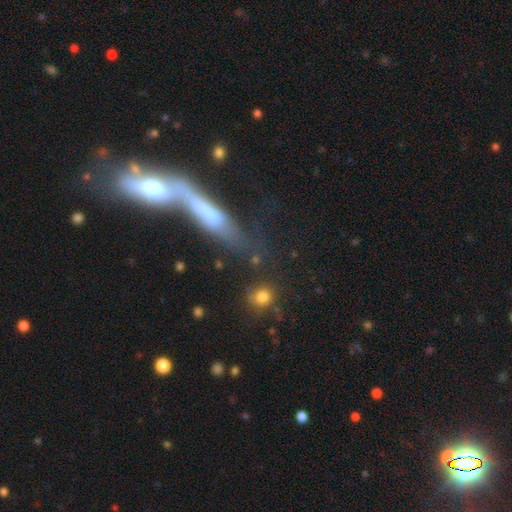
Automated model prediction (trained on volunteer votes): smooth-or-featured: smooth: 58% | featured or disk: 29% | star or artifact: 13%
  how-rounded: cigar-shaped: 37% | in between: 35% | round: 28%
  merging: none: 42% | merger: 39% | minor disturbance: 11% | major disturbance: 9%